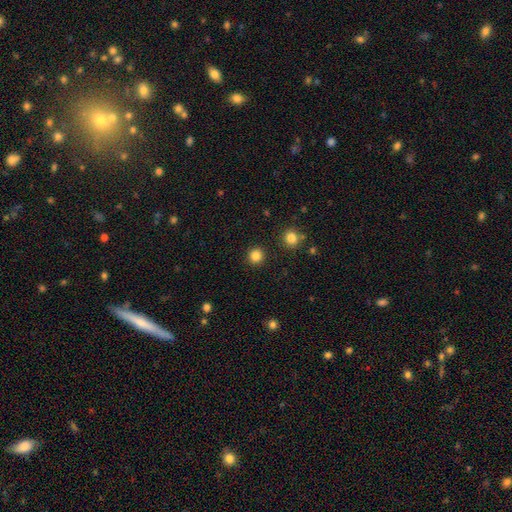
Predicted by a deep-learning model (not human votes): Smooth or featured?
  - smooth: 84% *
  - star or artifact: 12%
  - featured or disk: 4%
How rounded?
  - round: 94% *
  - in between: 5%
  - cigar-shaped: 1%
Merging?
  - none: 92% *
  - minor disturbance: 4%
  - major disturbance: 2%
  - merger: 2%